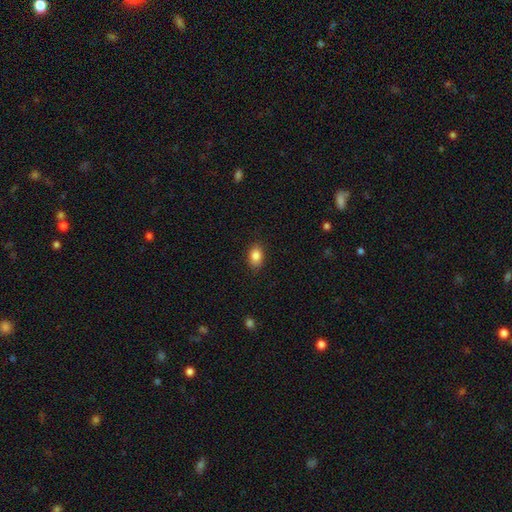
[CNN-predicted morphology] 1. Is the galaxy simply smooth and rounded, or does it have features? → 86% smooth, 9% star or artifact, 5% featured or disk.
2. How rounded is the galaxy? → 82% in between, 17% round, 1% cigar-shaped.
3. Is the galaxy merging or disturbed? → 86% none, 10% minor disturbance, 2% major disturbance, 1% merger.